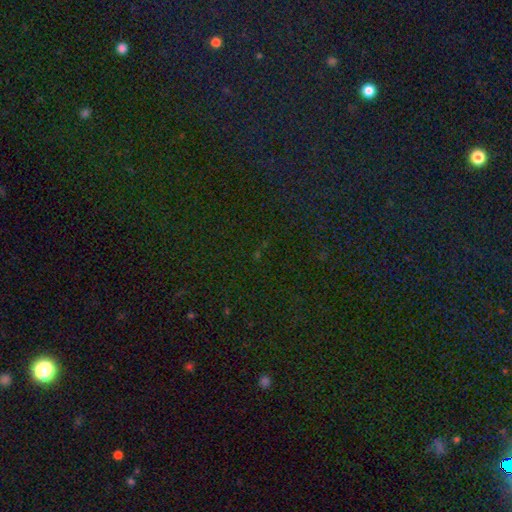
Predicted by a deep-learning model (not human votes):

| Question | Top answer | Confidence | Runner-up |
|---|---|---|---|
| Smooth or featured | star or artifact | 81% | smooth (12%) |